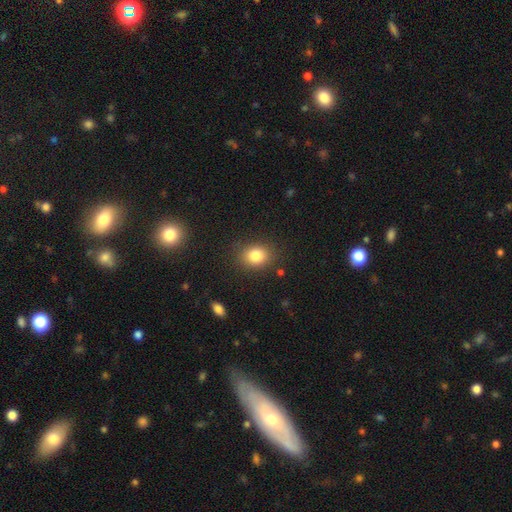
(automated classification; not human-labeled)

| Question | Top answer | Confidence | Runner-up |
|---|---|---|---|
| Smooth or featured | smooth | 82% | star or artifact (10%) |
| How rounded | round | 52% | in between (47%) |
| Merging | none | 84% | minor disturbance (11%) |